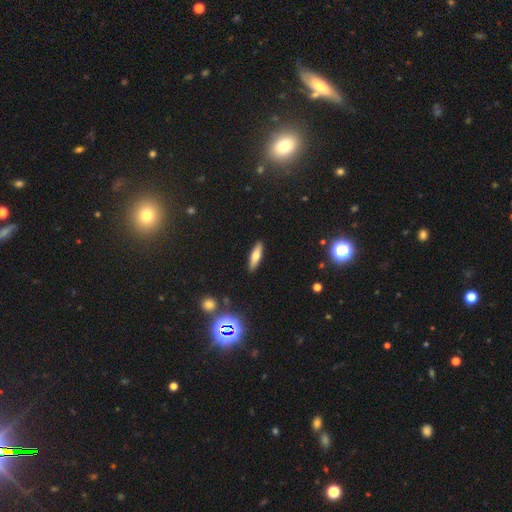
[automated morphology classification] smooth 63%, featured or disk 29%, star or artifact 9%. Down the decision tree: how rounded — cigar-shaped (62%); merging — none (90%).